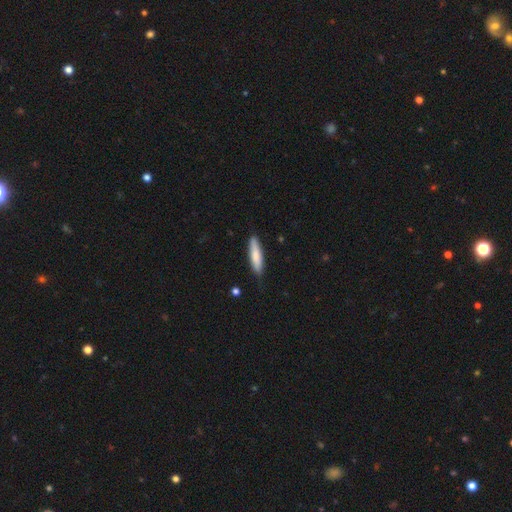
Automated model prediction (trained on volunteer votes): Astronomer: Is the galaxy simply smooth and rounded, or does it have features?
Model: smooth — 78%.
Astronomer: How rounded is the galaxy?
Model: cigar-shaped — 77%.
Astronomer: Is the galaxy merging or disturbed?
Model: none — 82%.